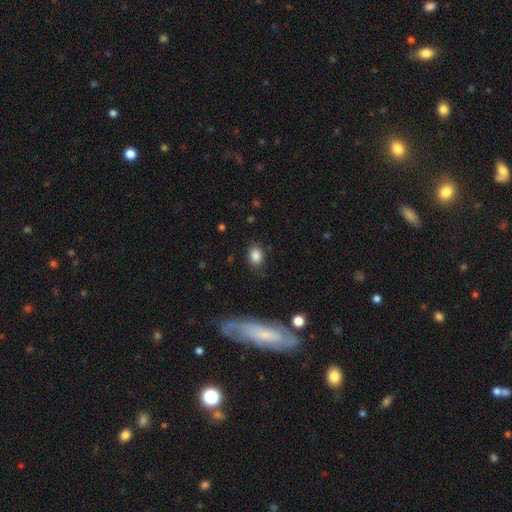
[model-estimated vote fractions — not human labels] A smooth galaxy with no disk features (85%) that is in between round and cigar-shaped (61%).

Vote fractions:
- Smooth or featured? smooth: 85% / star or artifact: 9% / featured or disk: 5%
- How rounded? in between: 61% / round: 38% / cigar-shaped: 1%
- Merging? none: 84% / minor disturbance: 11% / major disturbance: 3% / merger: 2%